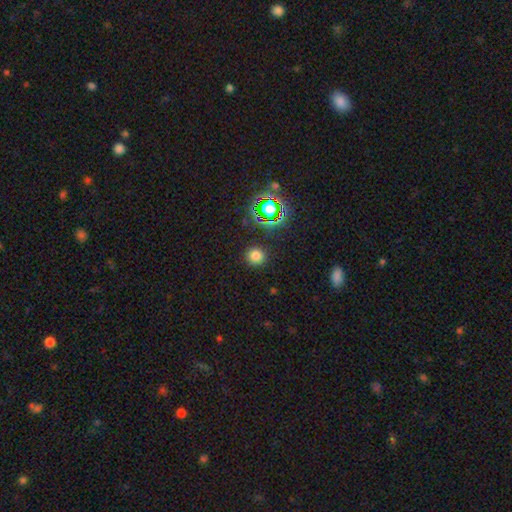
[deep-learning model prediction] Overall: smooth (73%). How rounded: round (91%). Merging: none (90%).